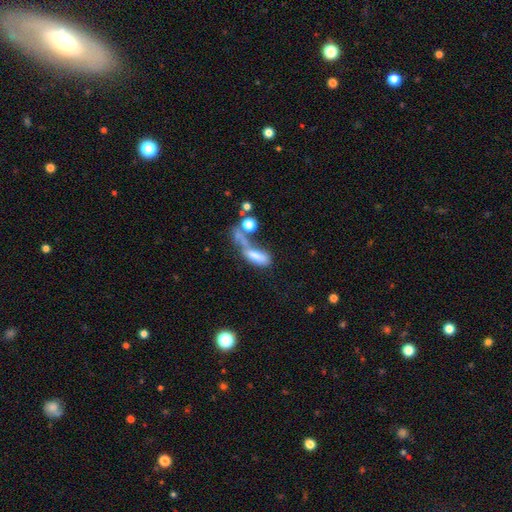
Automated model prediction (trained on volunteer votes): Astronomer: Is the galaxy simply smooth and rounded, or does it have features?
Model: smooth — 65%.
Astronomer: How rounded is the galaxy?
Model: in between — 68%.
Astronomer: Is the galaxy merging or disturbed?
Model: merger — 43% (runner-up: major disturbance, 26%).